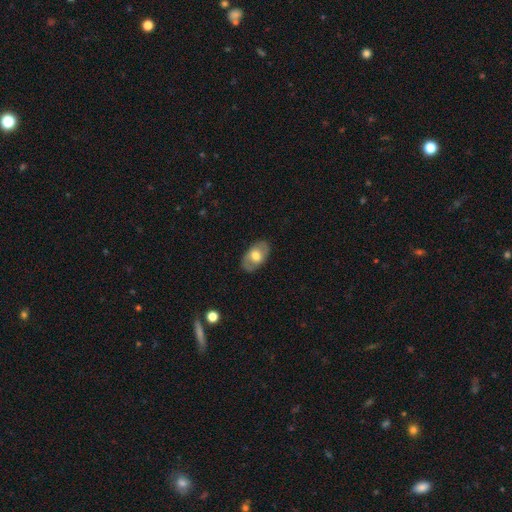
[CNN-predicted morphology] This appears to be a smooth galaxy with no disk features (52%) that is in between round and cigar-shaped (89%). Merging: none (82%).